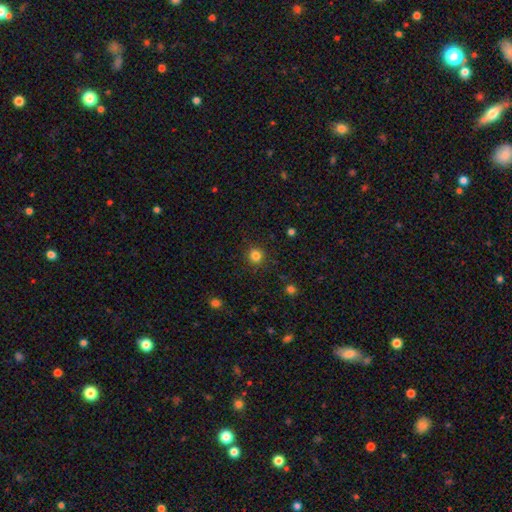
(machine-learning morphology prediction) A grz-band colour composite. It shows a smooth galaxy with no disk features (82%) that is round (93%). Merging: none (90%).